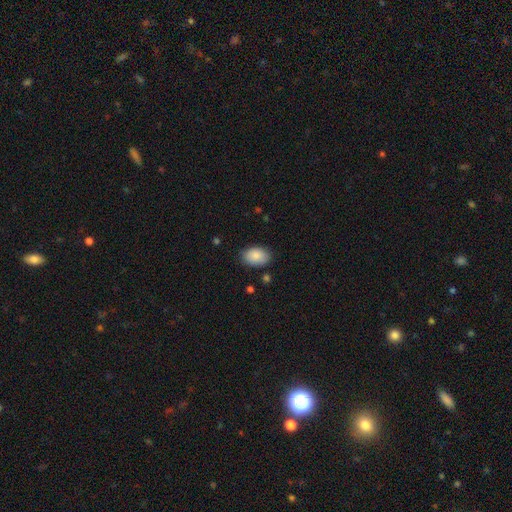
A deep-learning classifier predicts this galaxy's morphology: A smooth galaxy with no disk features (87%) that is in between round and cigar-shaped (88%).

Vote fractions:
- Smooth or featured? smooth: 87% / star or artifact: 7% / featured or disk: 6%
- How rounded? in between: 88% / round: 10% / cigar-shaped: 1%
- Merging? none: 84% / minor disturbance: 12% / major disturbance: 3% / merger: 2%